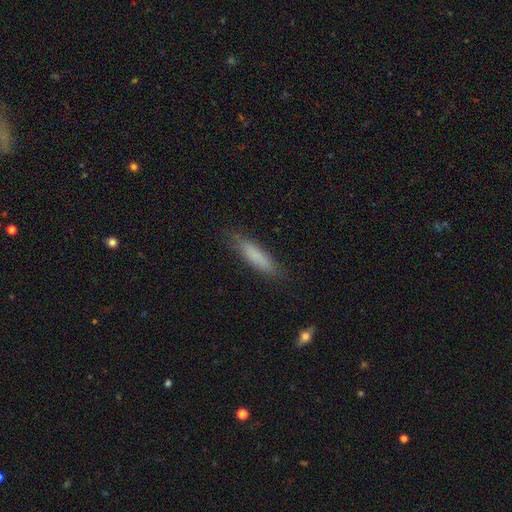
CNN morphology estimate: Overall: smooth (80%). How rounded: cigar-shaped (76%). Merging: none (80%).